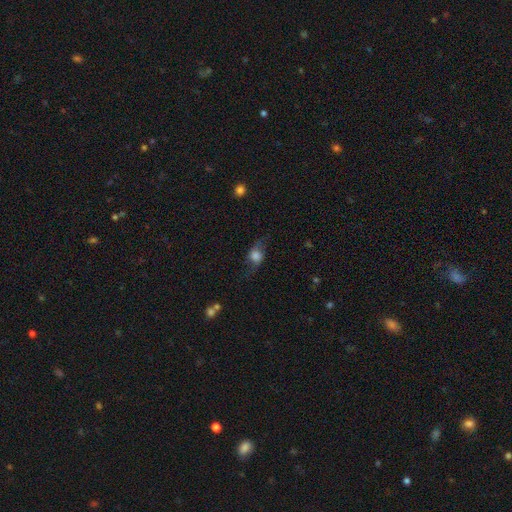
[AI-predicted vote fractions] The model was most divided on "smooth or featured": smooth: 50%, featured or disk: 39%, star or artifact: 11%. More confident: merging — none (61%).